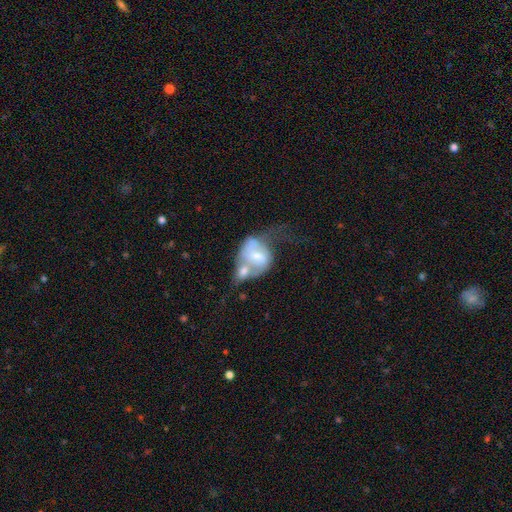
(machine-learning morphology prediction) This appears to be a featured or disk galaxy (52%) with no bar (54%), no spiral arms (53%) and a moderate central bulge (46%). Merging: merger (62%).